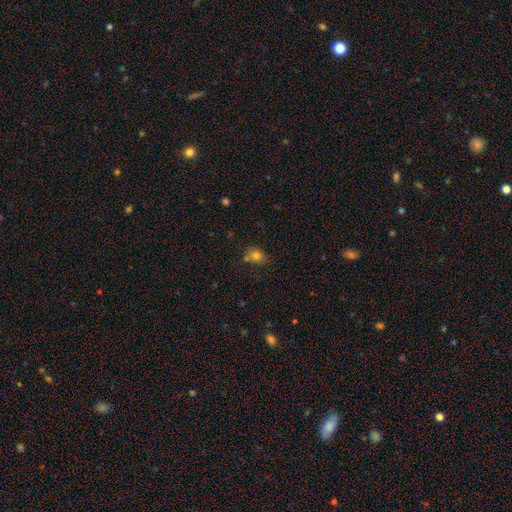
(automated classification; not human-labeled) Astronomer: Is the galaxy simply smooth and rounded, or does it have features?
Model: smooth — 76%.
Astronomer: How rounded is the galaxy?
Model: round — 50% (runner-up: in between, 48%).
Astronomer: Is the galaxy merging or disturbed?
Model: none — 61%.